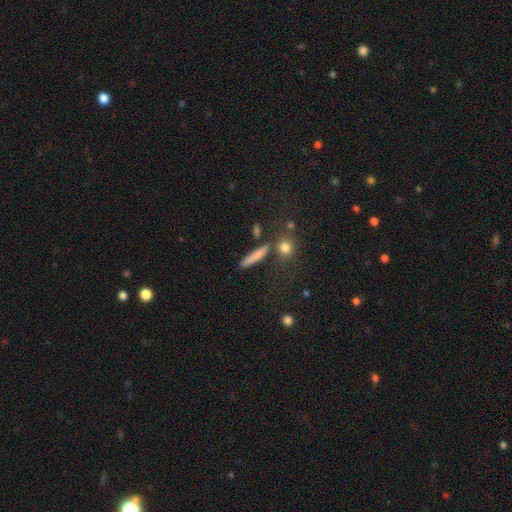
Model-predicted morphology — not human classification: This appears to be a smooth galaxy with no disk features (77%) that is cigar-shaped (83%). Merging: none (77%).